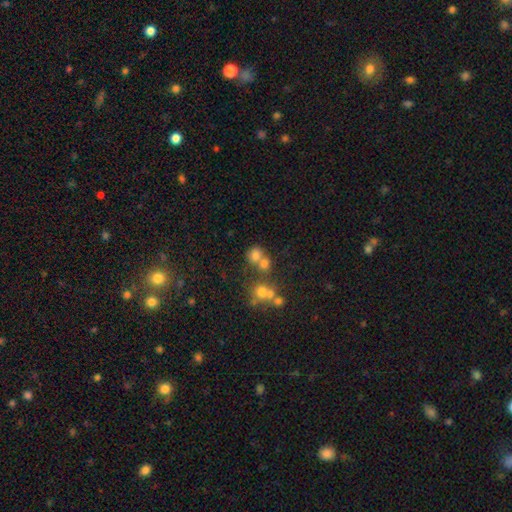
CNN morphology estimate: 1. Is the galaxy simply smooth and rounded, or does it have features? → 69% smooth, 16% star or artifact, 14% featured or disk.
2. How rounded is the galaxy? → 77% round, 22% in between, 1% cigar-shaped.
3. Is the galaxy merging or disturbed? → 46% none, 42% merger, 8% minor disturbance, 4% major disturbance.